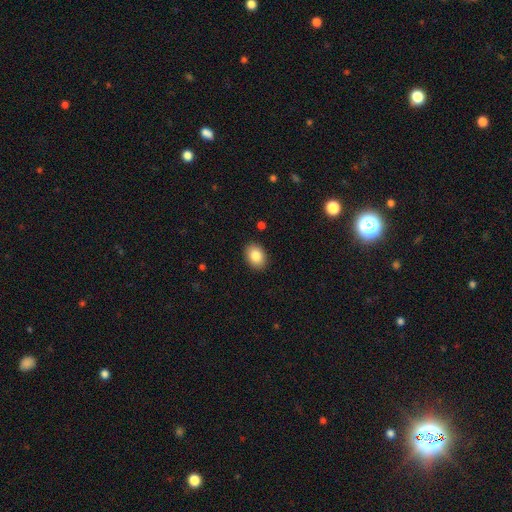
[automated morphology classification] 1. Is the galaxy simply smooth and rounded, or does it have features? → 85% smooth, 8% star or artifact, 7% featured or disk.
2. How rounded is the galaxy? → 72% in between, 27% round, 1% cigar-shaped.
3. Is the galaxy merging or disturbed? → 89% none, 7% minor disturbance, 2% major disturbance, 1% merger.